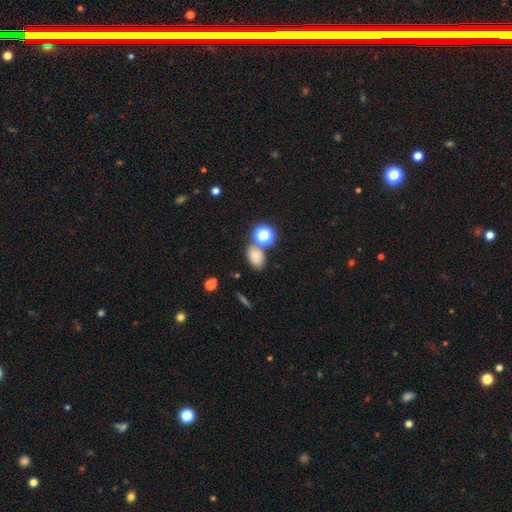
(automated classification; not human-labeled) Smooth or featured? Predicted: smooth (p=0.76). How rounded? Predicted: in between (p=0.76). Merging? Predicted: none (p=0.65).